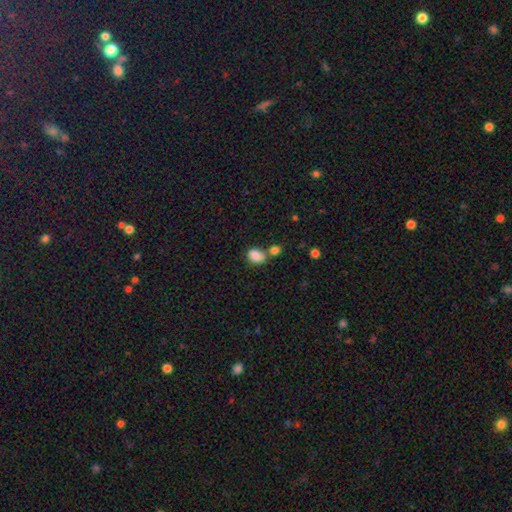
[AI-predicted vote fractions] smooth_or_featured: smooth (p=0.83) [alt: star or artifact p=0.09]
how_rounded: in between (p=0.65) [alt: round p=0.34]
merging: none (p=0.43) [alt: merger p=0.36]